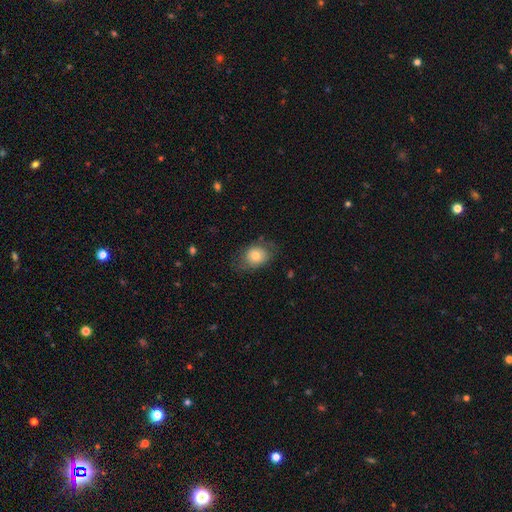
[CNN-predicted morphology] Q: Smooth or featured?
A: smooth (71%); runner-up: featured or disk (21%)
Q: How rounded?
A: in between (56%); runner-up: round (43%)
Q: Merging?
A: none (68%); runner-up: minor disturbance (21%)